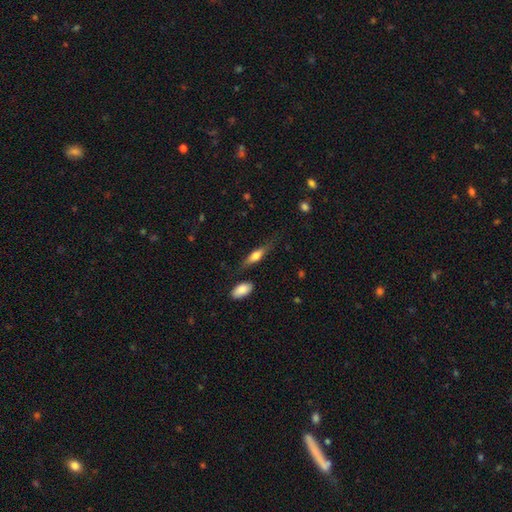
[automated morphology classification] This is possibly a smooth galaxy (52%). How rounded: possibly cigar-shaped (57%). Merging: likely none (71%).